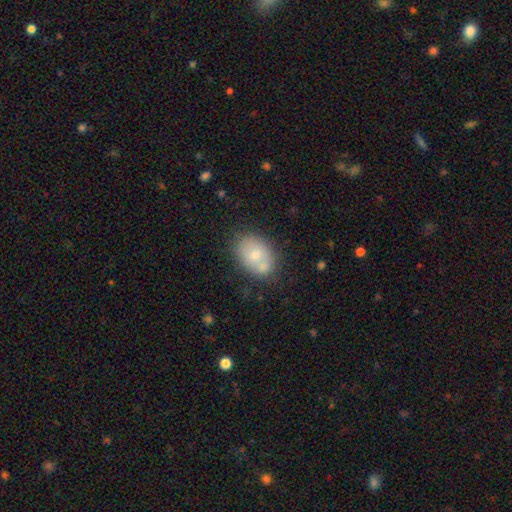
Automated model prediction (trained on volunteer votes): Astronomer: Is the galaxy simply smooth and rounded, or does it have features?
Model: smooth — 70%.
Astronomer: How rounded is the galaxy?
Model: in between — 77%.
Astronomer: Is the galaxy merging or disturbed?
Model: none — 57%.